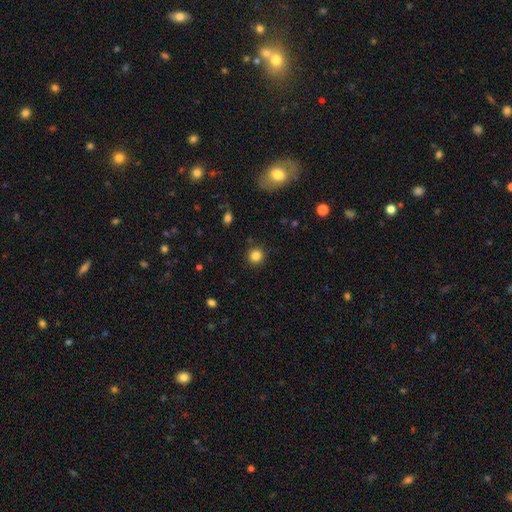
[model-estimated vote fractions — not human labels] Overall: smooth (84%). How rounded: round (92%). Merging: none (90%).